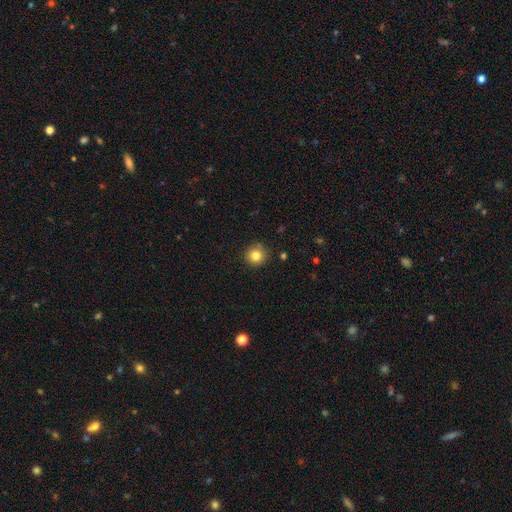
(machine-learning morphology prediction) Smooth or featured? Predicted: smooth (p=0.82). How rounded? Predicted: round (p=0.94). Merging? Predicted: none (p=0.89).